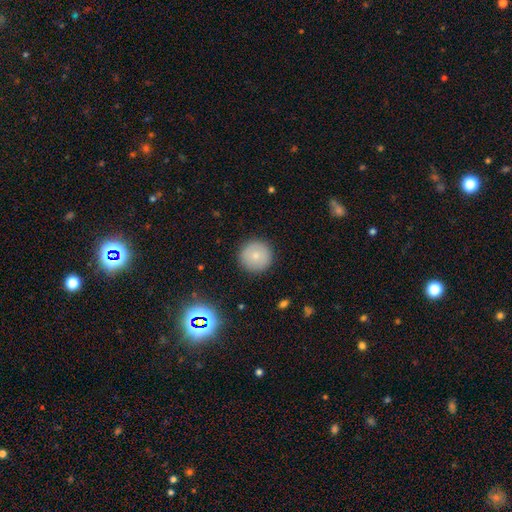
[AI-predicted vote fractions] smooth 79%, featured or disk 12%, star or artifact 9%. Down the decision tree: how rounded — round (96%); merging — none (91%).